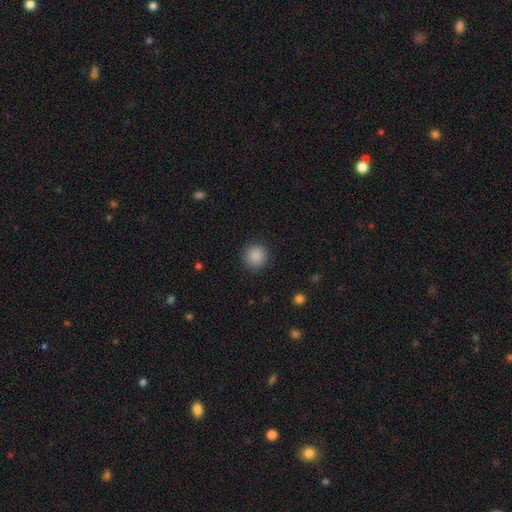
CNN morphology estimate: This appears to be a smooth galaxy with no disk features (88%) that is round (90%). Merging: none (89%).